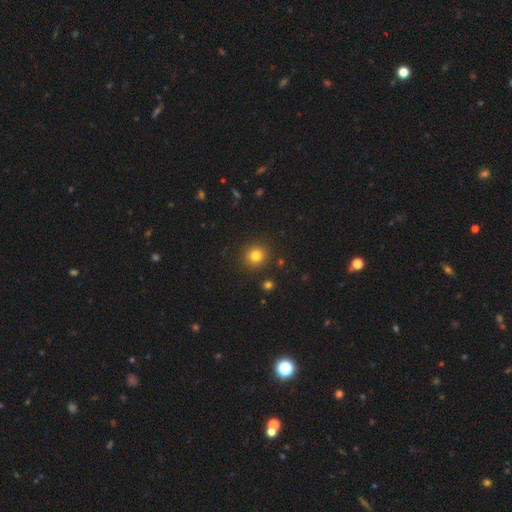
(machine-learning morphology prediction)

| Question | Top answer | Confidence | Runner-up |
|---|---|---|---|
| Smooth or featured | smooth | 81% | star or artifact (13%) |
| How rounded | round | 86% | in between (13%) |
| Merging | none | 89% | minor disturbance (6%) |